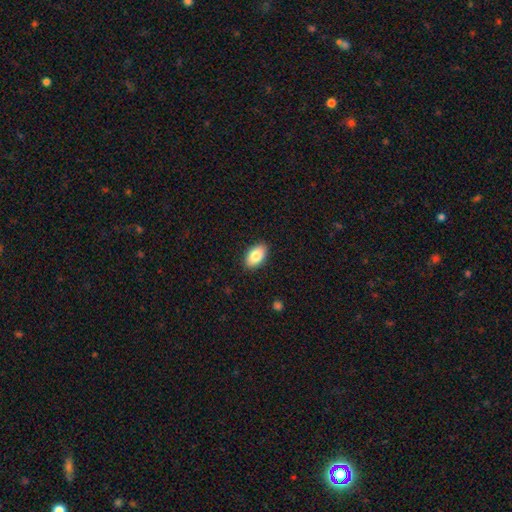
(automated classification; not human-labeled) The model was most divided on "smooth or featured": smooth: 84%, featured or disk: 9%, star or artifact: 7%. More confident: how rounded — in between (93%); merging — none (89%).